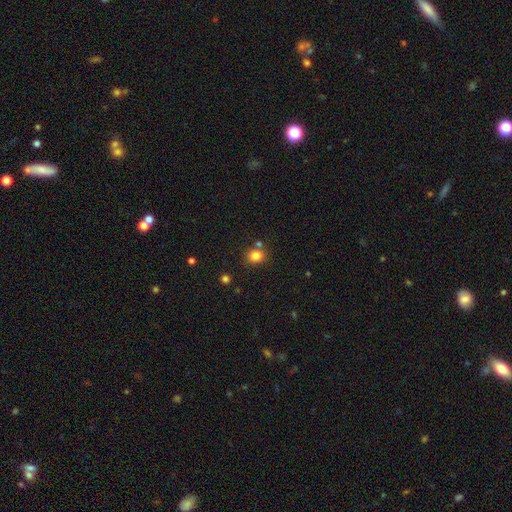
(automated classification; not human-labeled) Q: Smooth or featured?
A: smooth (82%); runner-up: star or artifact (12%)
Q: How rounded?
A: round (68%); runner-up: in between (32%)
Q: Merging?
A: none (72%); runner-up: merger (13%)